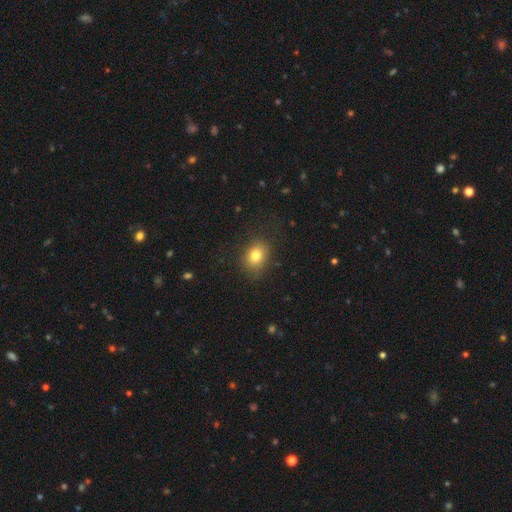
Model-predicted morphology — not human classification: Smooth or featured? Predicted: smooth (p=0.80). How rounded? Predicted: in between (p=0.51). Merging? Predicted: none (p=0.80).